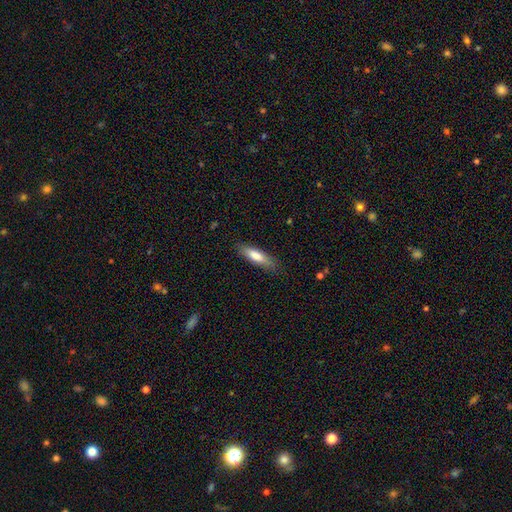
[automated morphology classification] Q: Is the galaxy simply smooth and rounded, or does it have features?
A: smooth — 75%.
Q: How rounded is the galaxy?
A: cigar-shaped — 64%.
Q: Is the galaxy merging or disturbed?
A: none — 82%.